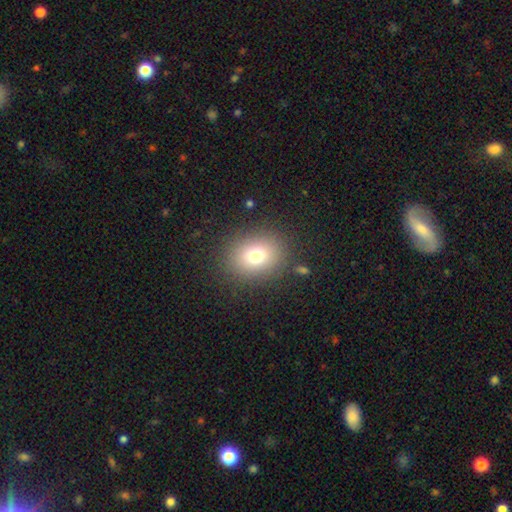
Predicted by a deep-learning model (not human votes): Smooth or featured: smooth — 74% (star or artifact — 15%)
How rounded: round — 62% (in between — 38%)
Merging: none — 86% (minor disturbance — 8%)